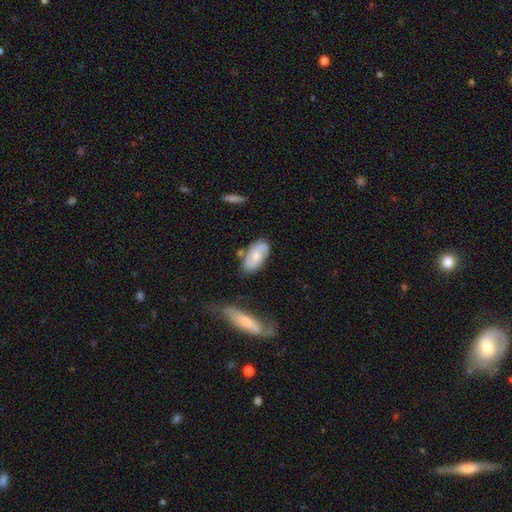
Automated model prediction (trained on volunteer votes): The model was most divided on "smooth or featured": featured or disk: 53%, smooth: 40%, star or artifact: 7%. More confident: edge-on disk — no (93%); merging — none (69%).